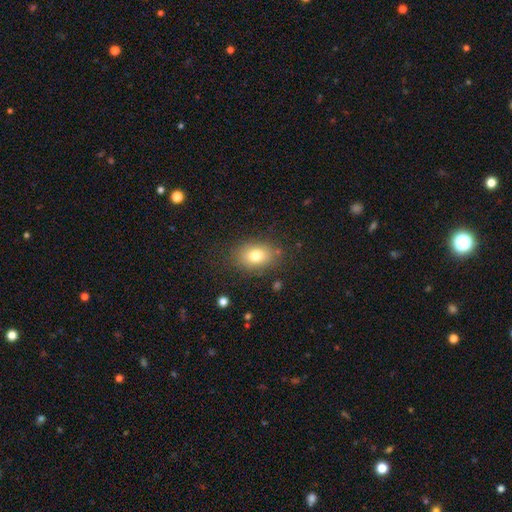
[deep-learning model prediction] Q: Smooth or featured?
A: smooth (77%); runner-up: featured or disk (12%)
Q: How rounded?
A: in between (74%); runner-up: round (25%)
Q: Merging?
A: none (80%); runner-up: minor disturbance (13%)